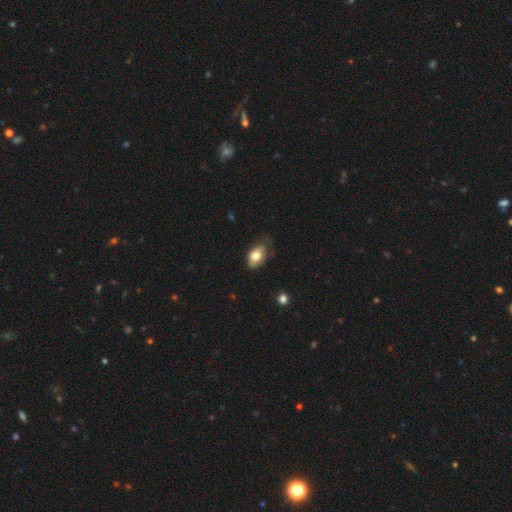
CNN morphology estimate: type=smooth (74%); roundness=in between (87%); merging=none (54%).